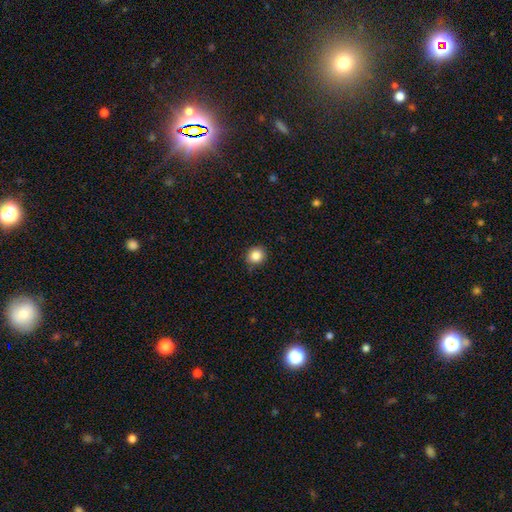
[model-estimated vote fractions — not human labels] A smooth galaxy with no disk features (85%) that is round (87%). Merging: none (87%).